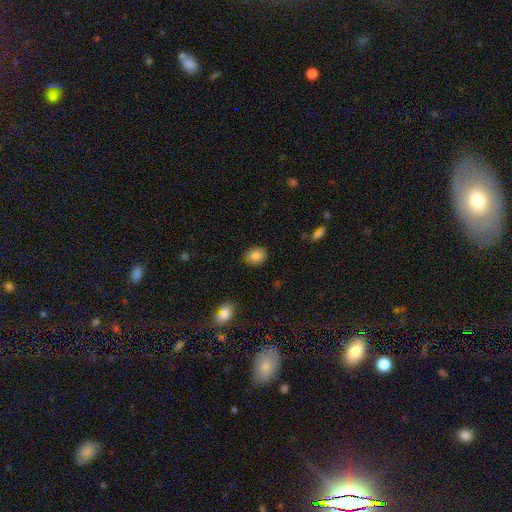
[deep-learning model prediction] Morphology: type=smooth (84%); roundness=round (63%); merging=none (87%).